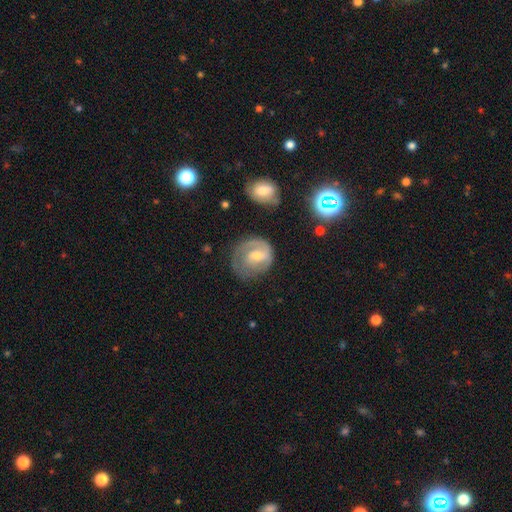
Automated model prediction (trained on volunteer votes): Morphology: type=featured or disk (65%); edge-on=no (97%); bar=weak (51%); spiral arms=yes (82%); winding=tight (45%); arm count=2 (42%); bulge=small (47%, tied with moderate); merging=none (54%).